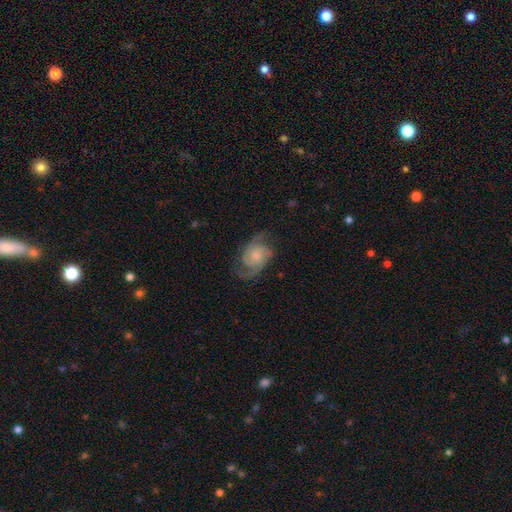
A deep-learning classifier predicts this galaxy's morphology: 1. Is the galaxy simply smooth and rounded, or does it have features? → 84% featured or disk, 10% smooth, 5% star or artifact.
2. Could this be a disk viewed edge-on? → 97% no, 3% yes.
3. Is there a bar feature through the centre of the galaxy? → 70% no, 26% weak, 4% strong.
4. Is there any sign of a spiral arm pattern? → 97% yes, 3% no.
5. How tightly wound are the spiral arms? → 50% medium, 31% tight, 19% loose.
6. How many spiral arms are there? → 80% 2, 8% 3, 6% can't tell, 3% 1, 2% 4, 2% more than 4.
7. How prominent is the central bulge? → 56% small, 29% moderate, 9% none, 4% large, 1% dominant.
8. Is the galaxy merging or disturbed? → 71% none, 18% minor disturbance, 10% major disturbance, 1% merger.